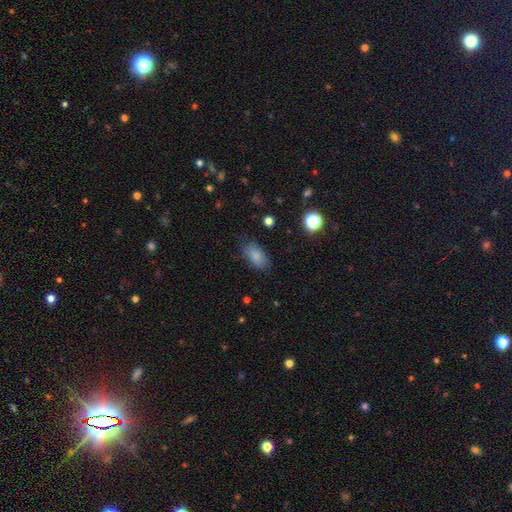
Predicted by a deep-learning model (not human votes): Smooth or featured?
  - smooth: 84% *
  - star or artifact: 9%
  - featured or disk: 7%
How rounded?
  - in between: 91% *
  - round: 6%
  - cigar-shaped: 3%
Merging?
  - none: 77% *
  - minor disturbance: 17%
  - major disturbance: 5%
  - merger: 1%